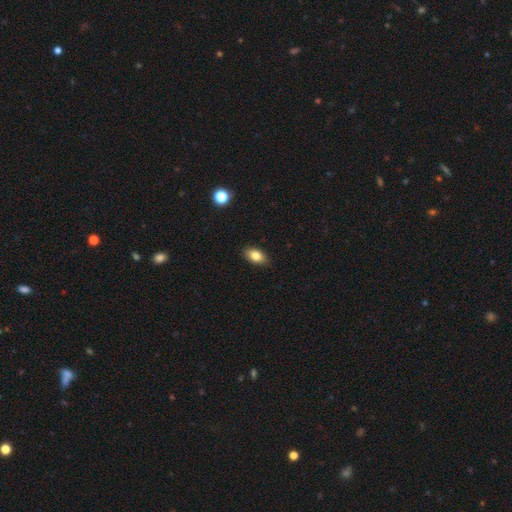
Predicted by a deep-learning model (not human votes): Smooth or featured? smooth (82%)
How rounded? in between (90%)
Merging? none (87%)